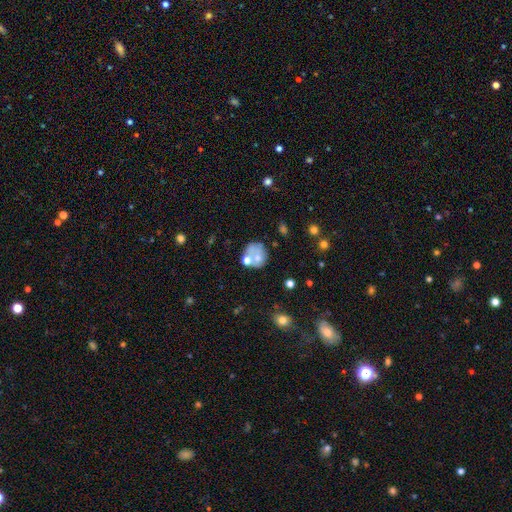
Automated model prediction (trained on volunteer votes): A smooth galaxy with no disk features (57%) that is round (72%). Merging: none (42%).